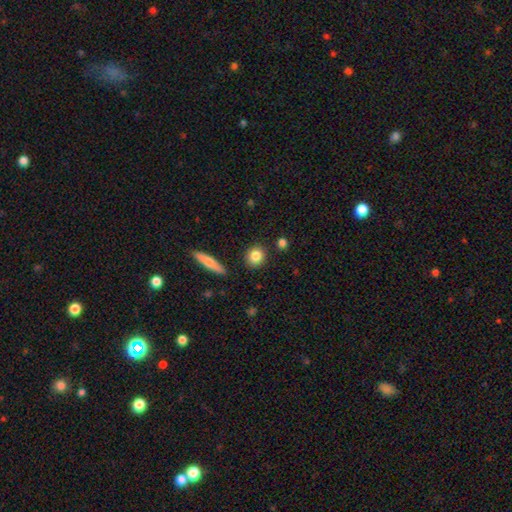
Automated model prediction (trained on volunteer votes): smooth_or_featured: smooth (p=0.83) [alt: featured or disk p=0.09]
how_rounded: round (p=0.80) [alt: in between p=0.17]
merging: none (p=0.89) [alt: minor disturbance p=0.07]